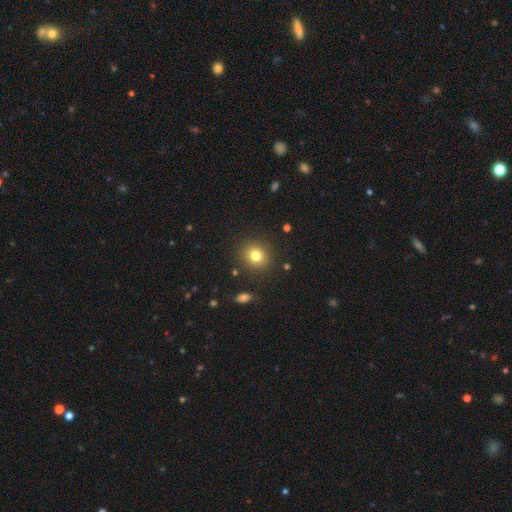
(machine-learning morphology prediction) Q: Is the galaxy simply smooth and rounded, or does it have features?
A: smooth — 79%.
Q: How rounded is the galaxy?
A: round — 84%.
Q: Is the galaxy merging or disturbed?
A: none — 89%.